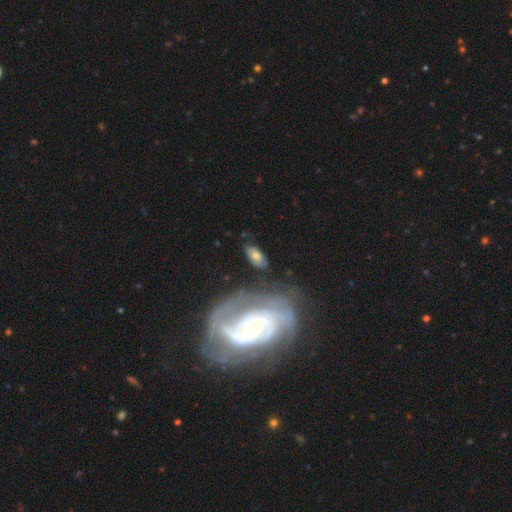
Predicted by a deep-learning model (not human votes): Q: Smooth or featured?
A: smooth (52%); runner-up: featured or disk (41%)
Q: How rounded?
A: in between (89%); runner-up: round (6%)
Q: Merging?
A: none (68%); runner-up: minor disturbance (17%)